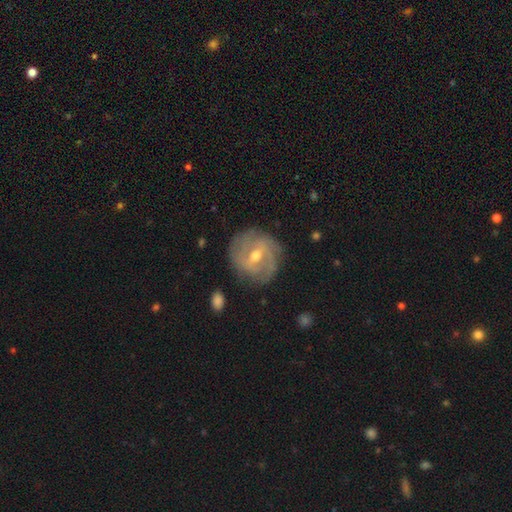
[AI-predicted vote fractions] A featured or disk galaxy (80%) with a weak bar (54%), 2 (35%) tight (54%) spiral arms (89%) and a moderate central bulge (67%).

Vote fractions:
- Smooth or featured? featured or disk: 80% / smooth: 14% / star or artifact: 6%
- Edge-on disk? no: 96% / yes: 4%
- Bar? weak: 54% / strong: 24% / no: 23%
- Spiral arms? yes: 89% / no: 11%
- Spiral winding? tight: 54% / medium: 34% / loose: 13%
- Spiral arm count? 2: 35% / can't tell: 31% / 3: 19% / 4: 6% / 1: 5% / more than 4: 4%
- Bulge size? moderate: 67% / small: 29% / large: 2% / none: 1% / dominant: 1%
- Merging? none: 78% / minor disturbance: 16% / major disturbance: 5% / merger: 1%